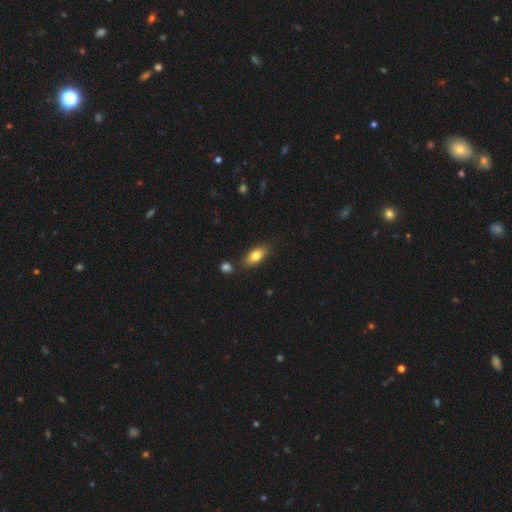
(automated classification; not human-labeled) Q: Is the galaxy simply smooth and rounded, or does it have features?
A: smooth — 79%.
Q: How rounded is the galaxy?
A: in between — 84%.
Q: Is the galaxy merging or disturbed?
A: none — 81%.